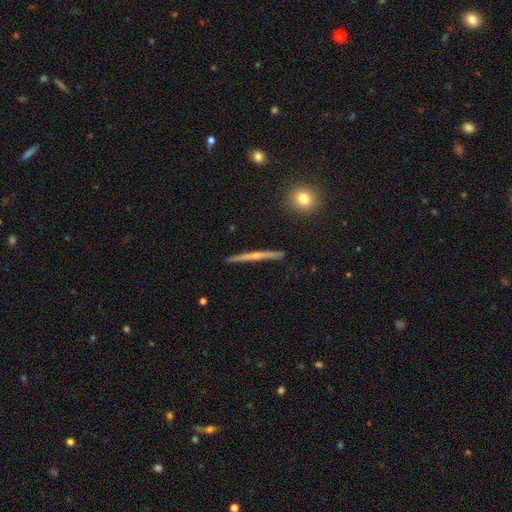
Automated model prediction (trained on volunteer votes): smooth-or-featured: featured or disk: 66% | smooth: 27% | star or artifact: 7%
  disk-edge-on: yes: 97% | no: 3%
    edge-on-bulge: rounded: 51% | none: 43% | boxy: 6%
  merging: none: 90% | minor disturbance: 8% | major disturbance: 1% | merger: 1%